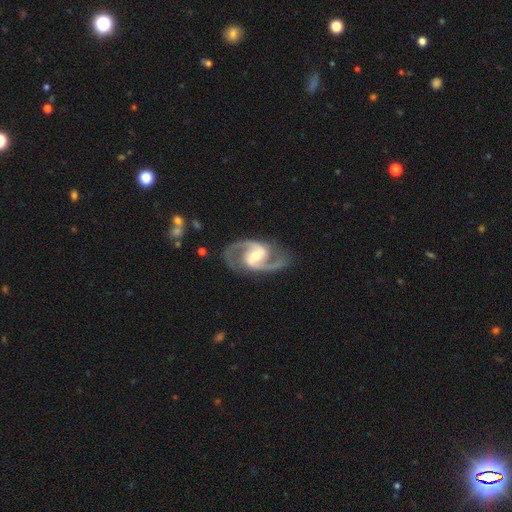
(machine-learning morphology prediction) Overall: featured or disk (93%). Edge-on disk: no (98%). Bar: weak (50%; strong 28%). Spiral arms: yes (98%). Spiral arm count: 2 (94%). Spiral winding: medium (66%). Bulge size: moderate (55%; small 33%). Merging: none (83%).